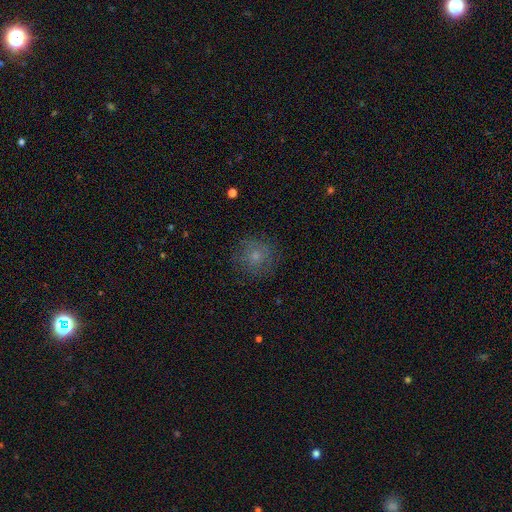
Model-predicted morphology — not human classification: Smooth or featured?
  - smooth: 65% *
  - featured or disk: 21%
  - star or artifact: 14%
How rounded?
  - round: 91% *
  - in between: 8%
  - cigar-shaped: 1%
Merging?
  - none: 79% *
  - minor disturbance: 14%
  - major disturbance: 6%
  - merger: 1%